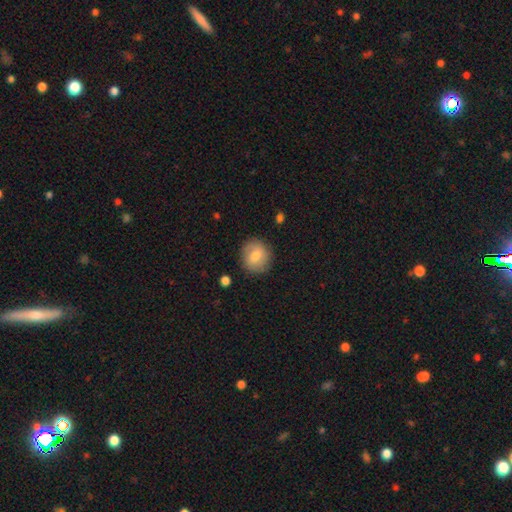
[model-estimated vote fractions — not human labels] Morphology: type=smooth (72%); roundness=round (86%); merging=none (86%).